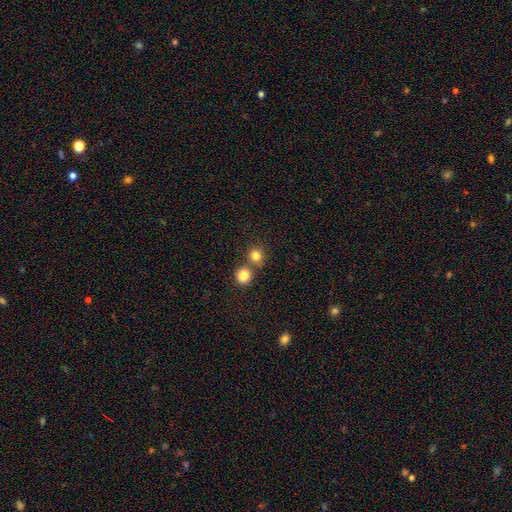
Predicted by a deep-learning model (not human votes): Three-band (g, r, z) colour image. It shows a smooth galaxy with no disk features (82%) that is round (88%). Merging: none (58%).